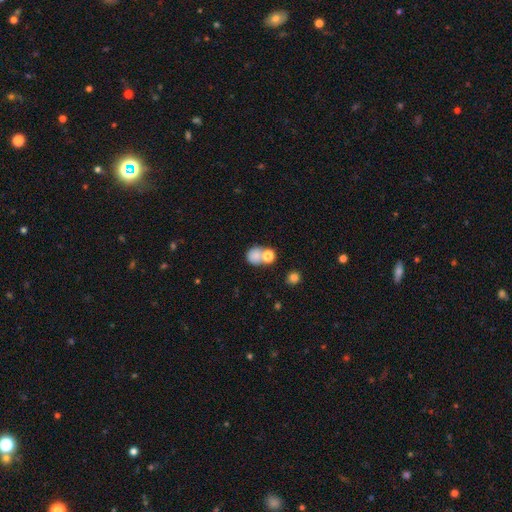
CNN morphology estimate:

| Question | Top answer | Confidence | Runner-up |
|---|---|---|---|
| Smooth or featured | smooth | 78% | star or artifact (12%) |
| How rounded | round | 74% | in between (25%) |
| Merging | none | 43% | merger (40%) |